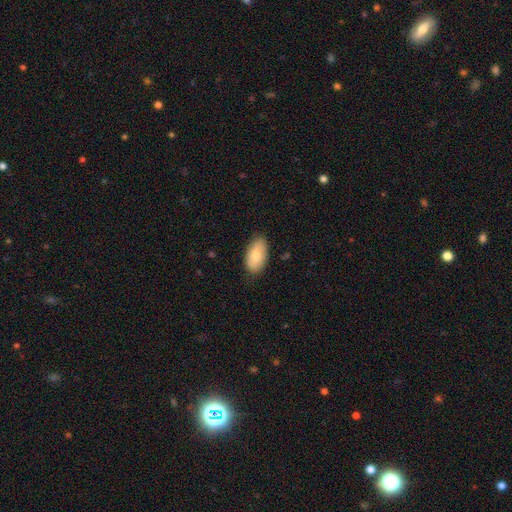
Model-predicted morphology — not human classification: A smooth galaxy with no disk features (80%) that is in between round and cigar-shaped (94%). Merging: none (82%).